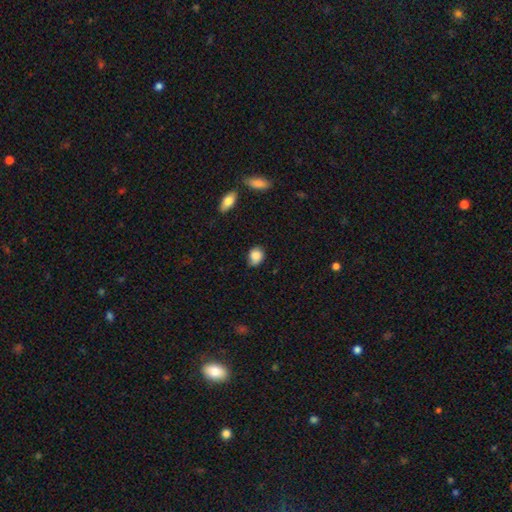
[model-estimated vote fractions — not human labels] This is clearly a smooth galaxy (85%). How rounded: possibly round (56%). Merging: likely none (64%).